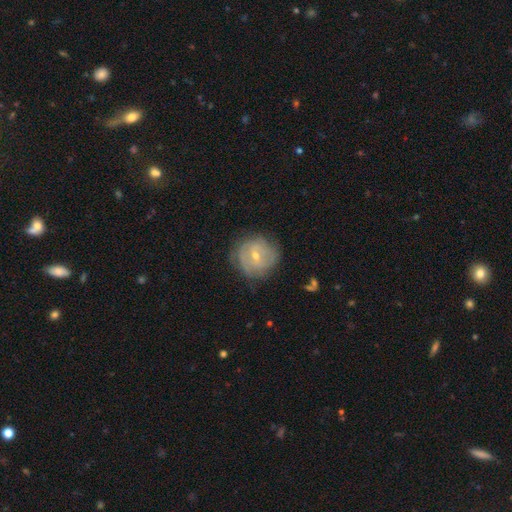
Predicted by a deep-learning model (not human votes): Smooth or featured? Predicted: featured or disk (p=0.57). Edge-on disk? Predicted: no (p=0.96). Bar? Predicted: weak (p=0.46). Spiral arms? Predicted: yes (p=0.63). Bulge size? Predicted: small (p=0.53). Merging? Predicted: none (p=0.71).